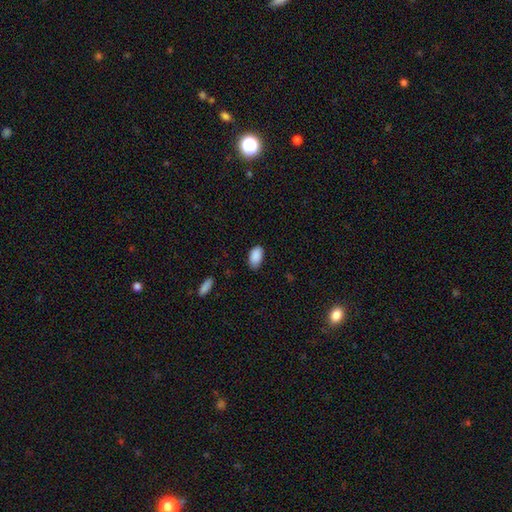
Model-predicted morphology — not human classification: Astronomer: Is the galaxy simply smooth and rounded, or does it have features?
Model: smooth — 90%.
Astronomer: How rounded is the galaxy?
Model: in between — 94%.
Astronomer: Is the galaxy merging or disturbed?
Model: none — 78%.